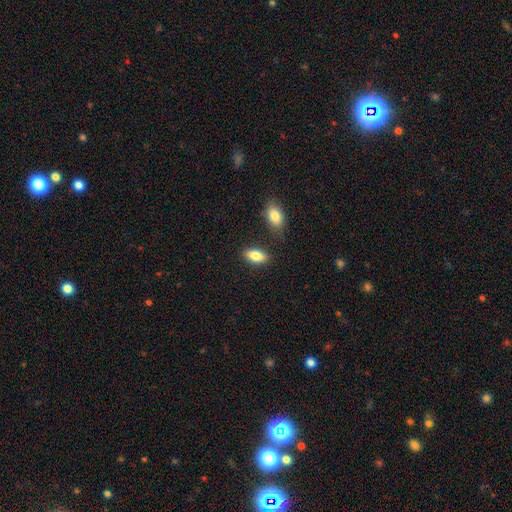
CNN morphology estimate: type=smooth (83%); roundness=in between (89%); merging=none (81%).